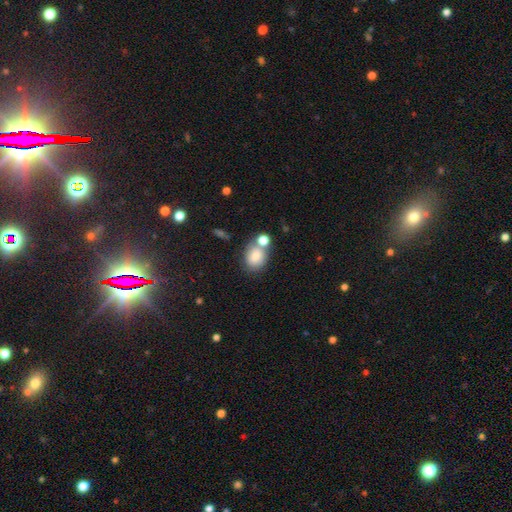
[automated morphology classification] smooth-or-featured: smooth: 77% | featured or disk: 13% | star or artifact: 10%
  how-rounded: round: 51% | in between: 47% | cigar-shaped: 1%
  merging: none: 52% | merger: 29% | minor disturbance: 13% | major disturbance: 5%